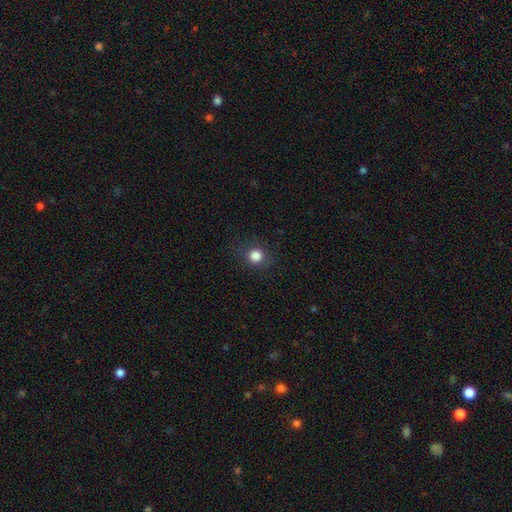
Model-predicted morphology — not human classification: smooth-or-featured: smooth: 84% | star or artifact: 12% | featured or disk: 5%
  how-rounded: round: 89% | in between: 10% | cigar-shaped: 1%
  merging: none: 87% | minor disturbance: 8% | major disturbance: 3% | merger: 1%